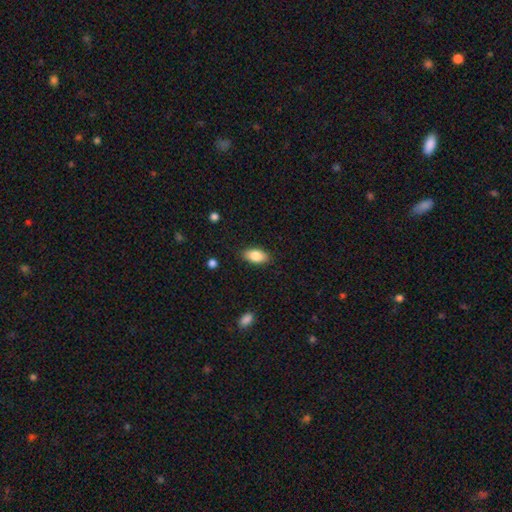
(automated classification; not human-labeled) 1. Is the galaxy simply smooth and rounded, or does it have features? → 84% smooth, 9% featured or disk, 7% star or artifact.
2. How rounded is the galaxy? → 91% in between, 5% cigar-shaped, 4% round.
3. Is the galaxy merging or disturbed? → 86% none, 10% minor disturbance, 2% major disturbance, 1% merger.